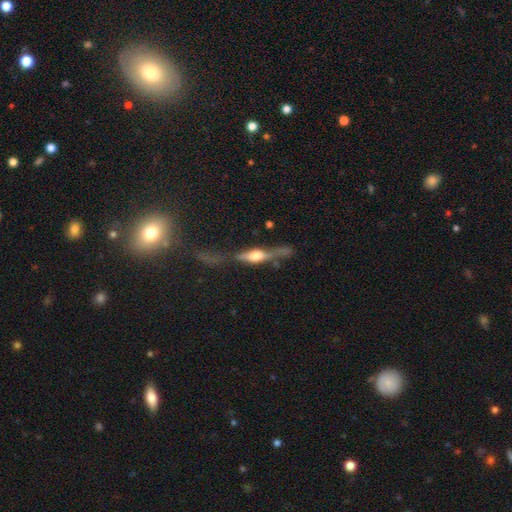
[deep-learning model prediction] This is likely a featured or disk galaxy (67%). It is clearly viewed edge-on (89%). Edge-on bulge: clearly rounded (82%). Merging: possibly none (48%).